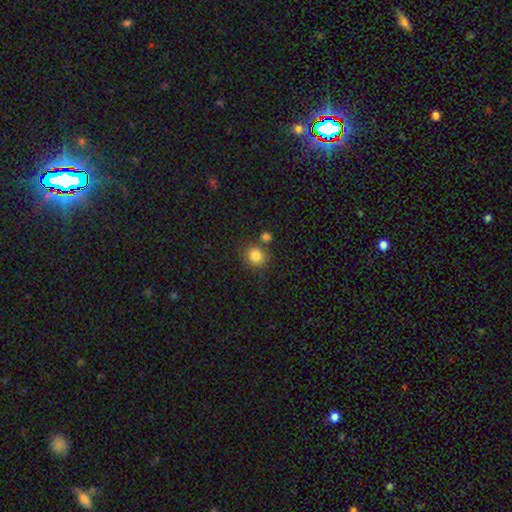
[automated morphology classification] Smooth or featured?
  - smooth: 84% *
  - star or artifact: 11%
  - featured or disk: 6%
How rounded?
  - round: 83% *
  - in between: 16%
  - cigar-shaped: 1%
Merging?
  - none: 73% *
  - merger: 13%
  - minor disturbance: 10%
  - major disturbance: 3%